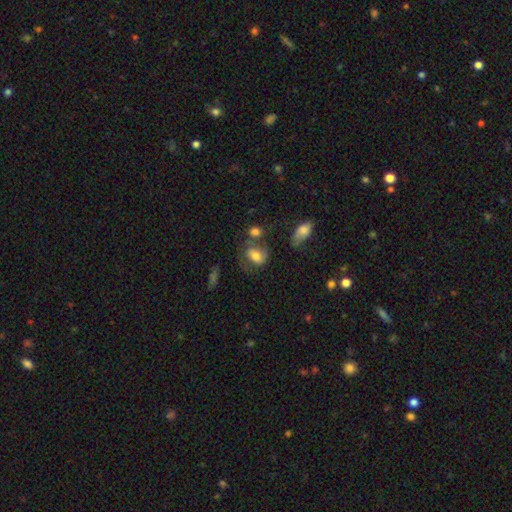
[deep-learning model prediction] The model was most divided on "merging": none: 41%, merger: 21%, minor disturbance: 20%, major disturbance: 18%. More confident: how rounded — in between (70%); smooth or featured — smooth (56%).